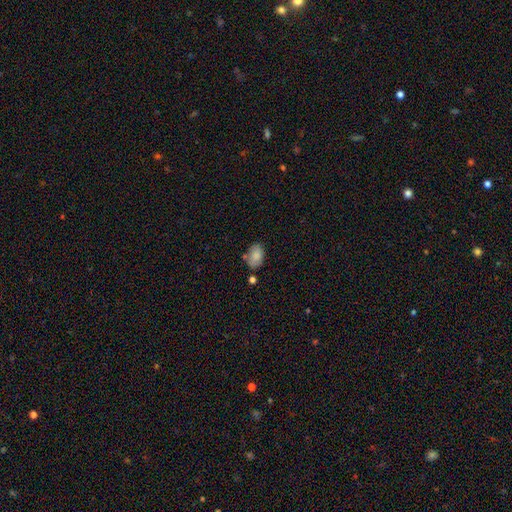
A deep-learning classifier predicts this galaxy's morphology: Q: Smooth or featured?
A: smooth (83%); runner-up: featured or disk (9%)
Q: How rounded?
A: in between (87%); runner-up: round (12%)
Q: Merging?
A: none (66%); runner-up: minor disturbance (20%)